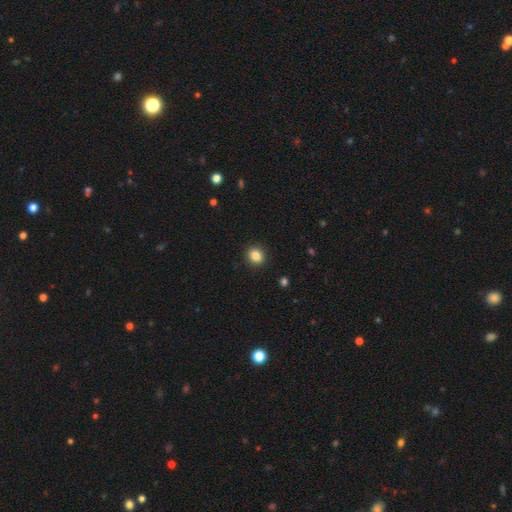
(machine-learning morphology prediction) The model was most divided on "how rounded": round: 78%, in between: 21%, cigar-shaped: 1%. More confident: merging — none (92%); smooth or featured — smooth (85%).